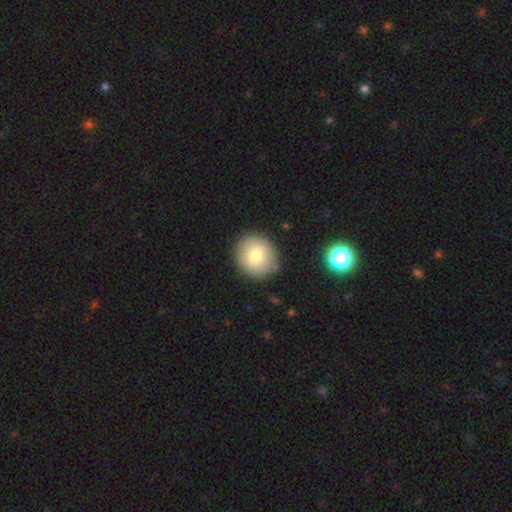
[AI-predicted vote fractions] This appears to be a smooth galaxy with no disk features (77%) that is round (89%). Merging: none (87%).